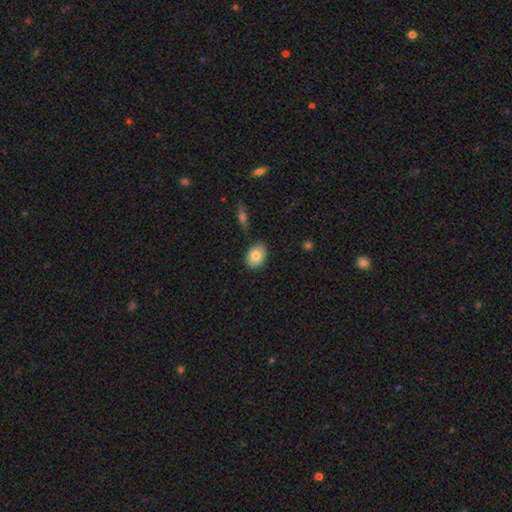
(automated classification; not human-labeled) Morphology: type=smooth (83%); roundness=in between (73%); merging=none (83%).